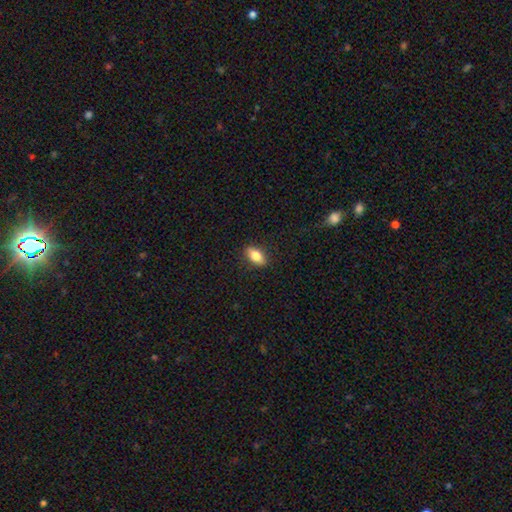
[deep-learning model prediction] Morphology: type=smooth (80%); roundness=in between (86%); merging=none (88%).